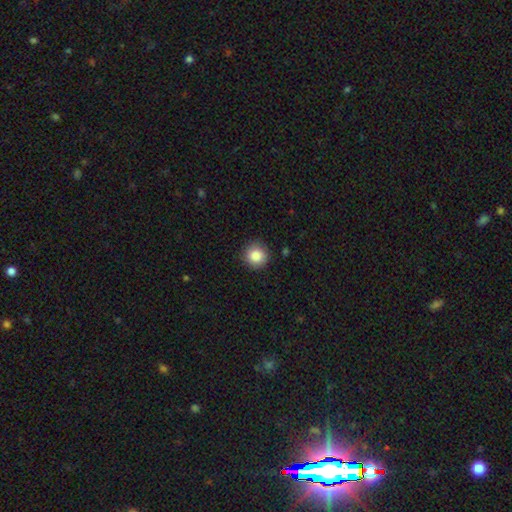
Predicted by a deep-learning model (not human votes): Smooth or featured?
  - smooth: 87% *
  - star or artifact: 9%
  - featured or disk: 5%
How rounded?
  - round: 94% *
  - in between: 5%
  - cigar-shaped: 1%
Merging?
  - none: 88% *
  - minor disturbance: 9%
  - major disturbance: 2%
  - merger: 1%